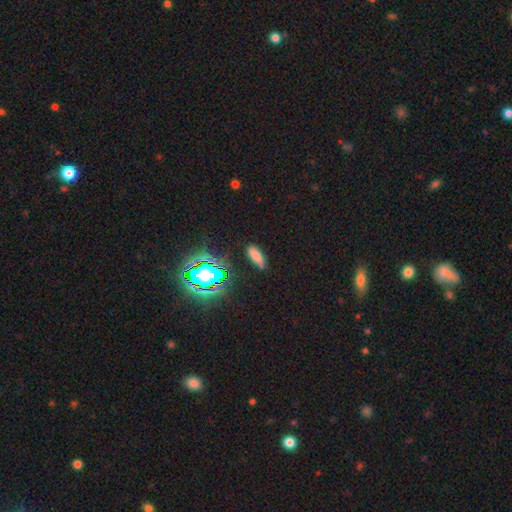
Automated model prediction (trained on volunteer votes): Smooth or featured: smooth — 71% (star or artifact — 19%)
How rounded: in between — 64% (cigar-shaped — 33%)
Merging: none — 73% (minor disturbance — 19%)